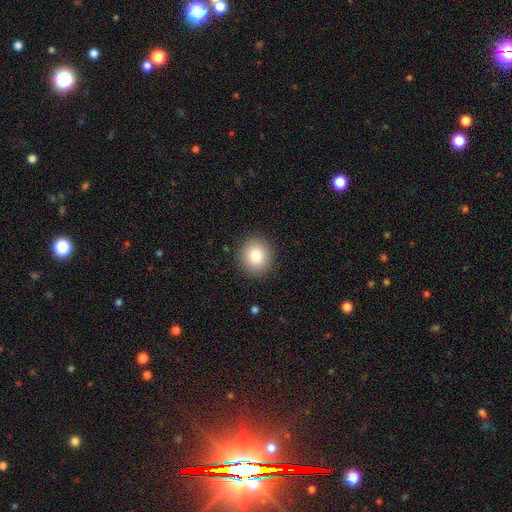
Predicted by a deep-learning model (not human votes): smooth-or-featured: smooth: 84% | star or artifact: 9% | featured or disk: 7%
  how-rounded: round: 79% | in between: 20% | cigar-shaped: 1%
  merging: none: 90% | minor disturbance: 7% | major disturbance: 2% | merger: 1%